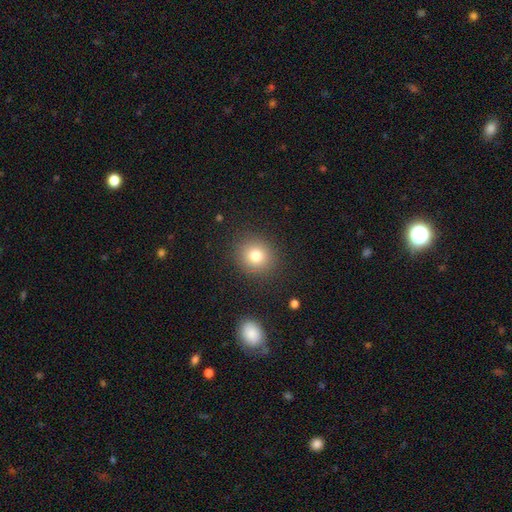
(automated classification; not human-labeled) This appears to be a smooth galaxy with no disk features (78%) that is round (87%). Merging: none (87%).